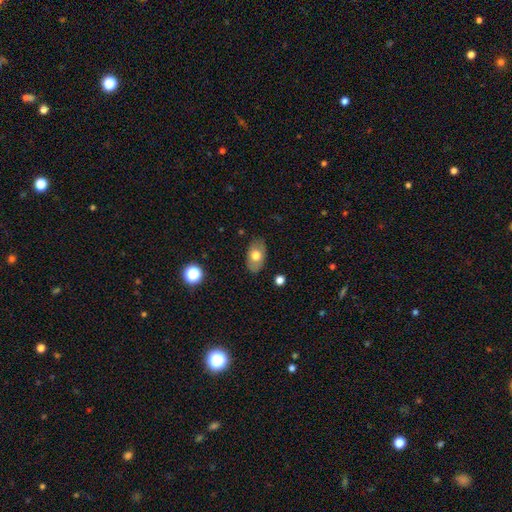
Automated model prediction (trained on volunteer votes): Smooth or featured: smooth — 71% (featured or disk — 21%)
How rounded: in between — 90% (round — 9%)
Merging: none — 83% (minor disturbance — 13%)